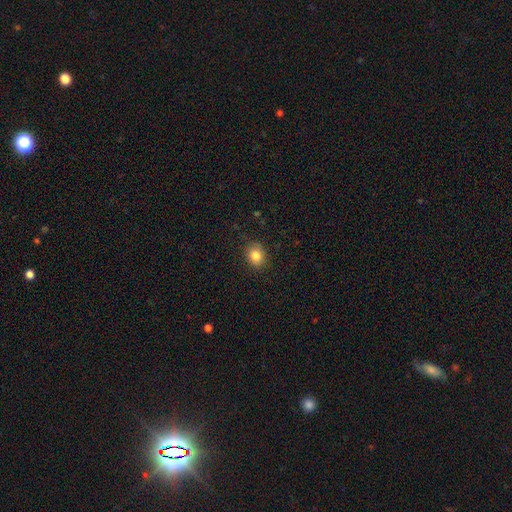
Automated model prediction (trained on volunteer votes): Smooth or featured? Predicted: smooth (p=0.84). How rounded? Predicted: round (p=0.57). Merging? Predicted: none (p=0.85).